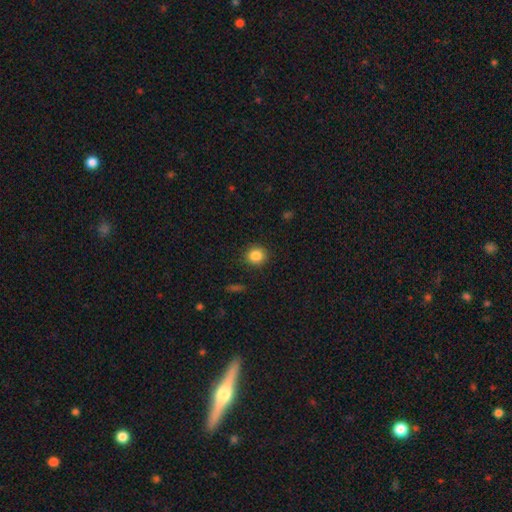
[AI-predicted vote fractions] The model was most divided on "how rounded": round: 85%, in between: 14%, cigar-shaped: 1%. More confident: merging — none (89%); smooth or featured — smooth (85%).